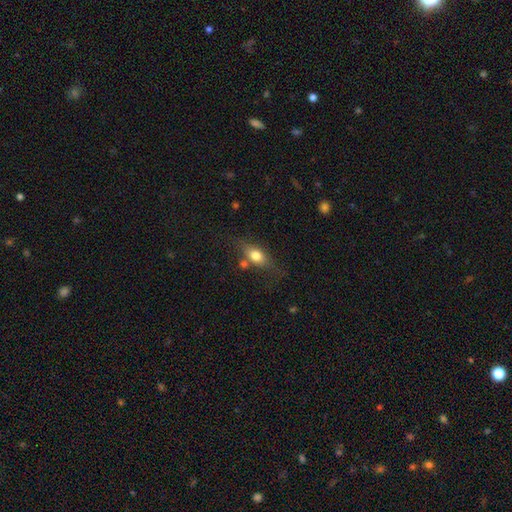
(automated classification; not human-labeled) Smooth or featured? Predicted: smooth (p=0.73). How rounded? Predicted: in between (p=0.75). Merging? Predicted: none (p=0.59).